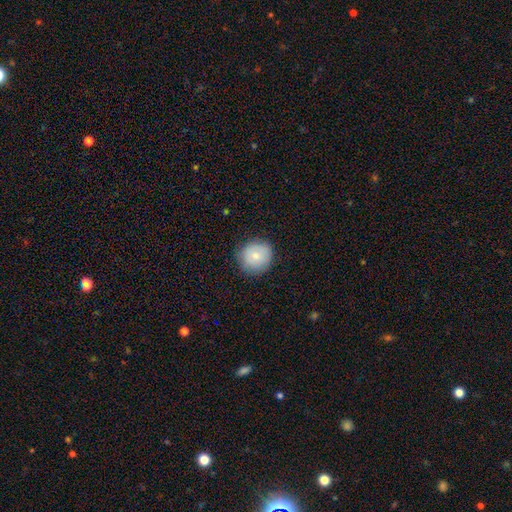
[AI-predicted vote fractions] A smooth galaxy with no disk features (79%) that is round (90%).

Vote fractions:
- Smooth or featured? smooth: 79% / featured or disk: 12% / star or artifact: 8%
- How rounded? round: 90% / in between: 9% / cigar-shaped: 1%
- Merging? none: 84% / minor disturbance: 12% / major disturbance: 3% / merger: 1%